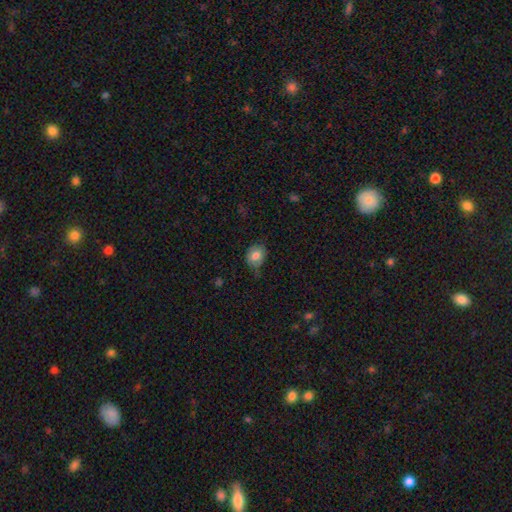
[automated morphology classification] A smooth galaxy with no disk features (80%) that is round (51%).

Vote fractions:
- Smooth or featured? smooth: 80% / featured or disk: 11% / star or artifact: 9%
- How rounded? round: 51% / in between: 48% / cigar-shaped: 1%
- Merging? none: 59% / minor disturbance: 31% / major disturbance: 8% / merger: 2%